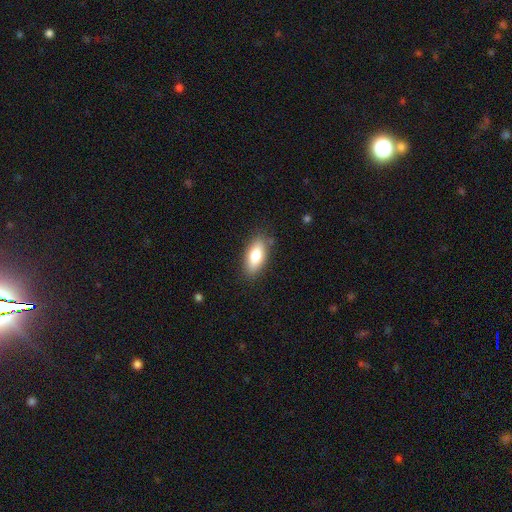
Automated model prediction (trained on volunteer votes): Smooth or featured: smooth — 77% (featured or disk — 16%)
How rounded: in between — 82% (cigar-shaped — 15%)
Merging: none — 83% (minor disturbance — 13%)